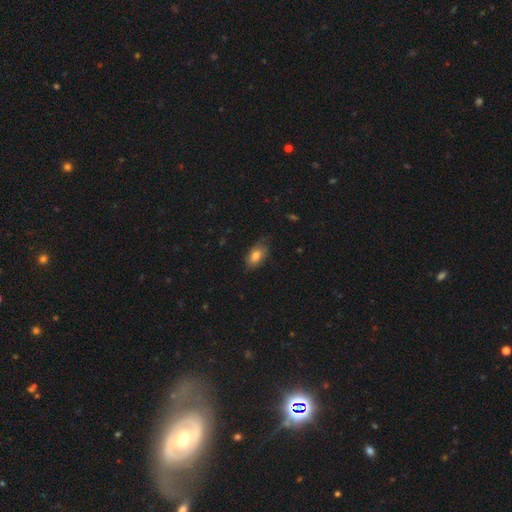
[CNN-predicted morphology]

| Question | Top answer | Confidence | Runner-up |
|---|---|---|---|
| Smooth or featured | smooth | 77% | featured or disk (15%) |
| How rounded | in between | 89% | round (6%) |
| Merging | none | 65% | minor disturbance (27%) |